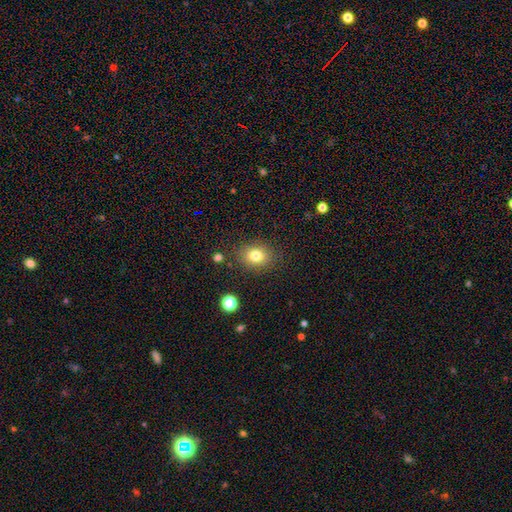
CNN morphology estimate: smooth-or-featured: smooth: 80% | star or artifact: 11% | featured or disk: 9%
  how-rounded: in between: 50% | round: 49% | cigar-shaped: 1%
  merging: none: 84% | minor disturbance: 11% | major disturbance: 4% | merger: 2%